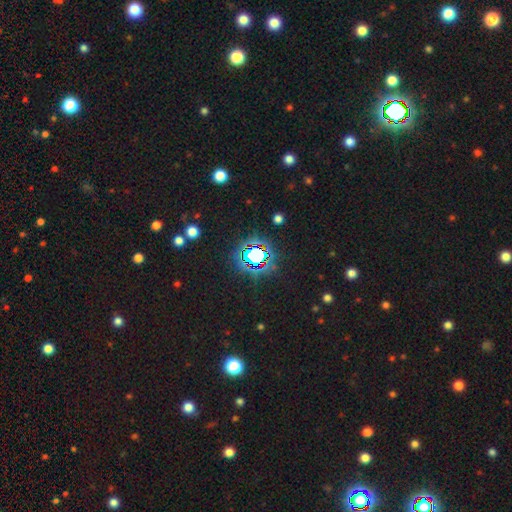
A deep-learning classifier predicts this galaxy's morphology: smooth_or_featured: star or artifact (p=0.73) [alt: smooth p=0.16]